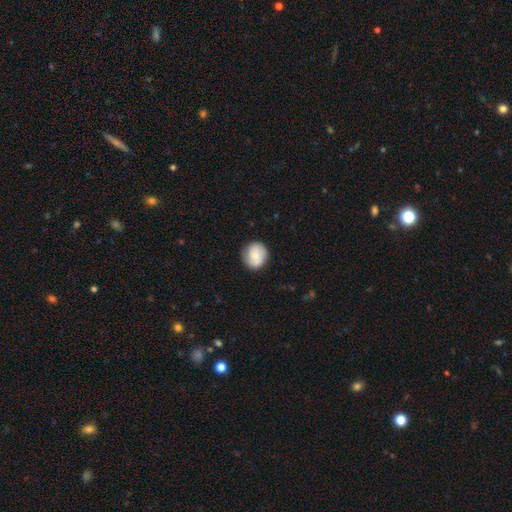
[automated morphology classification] A smooth galaxy with no disk features (73%) that is round (86%). Merging: none (81%).